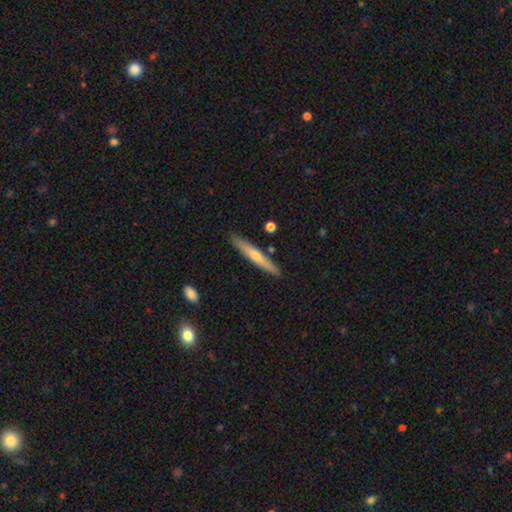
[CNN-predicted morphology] Smooth or featured?
  - featured or disk: 48% *
  - smooth: 46%
  - star or artifact: 6%
Merging?
  - none: 89% *
  - minor disturbance: 8%
  - merger: 2%
  - major disturbance: 2%